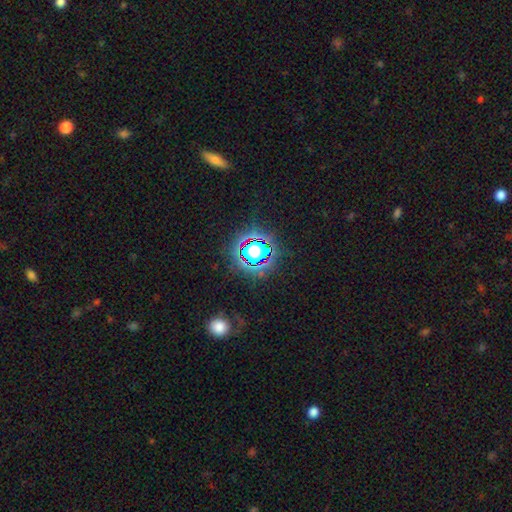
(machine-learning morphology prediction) A star or artifact, not a galaxy (78%).